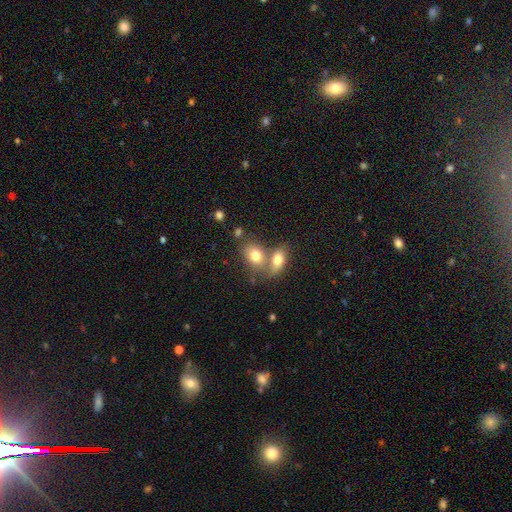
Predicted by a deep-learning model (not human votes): Overall: smooth (79%). How rounded: in between (75%). Merging: merger (51%; none 36%).